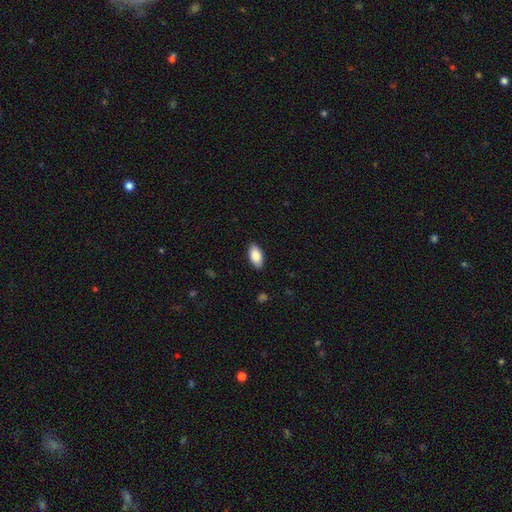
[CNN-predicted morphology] smooth 86%, featured or disk 7%, star or artifact 7%. Down the decision tree: how rounded — in between (93%); merging — none (88%).